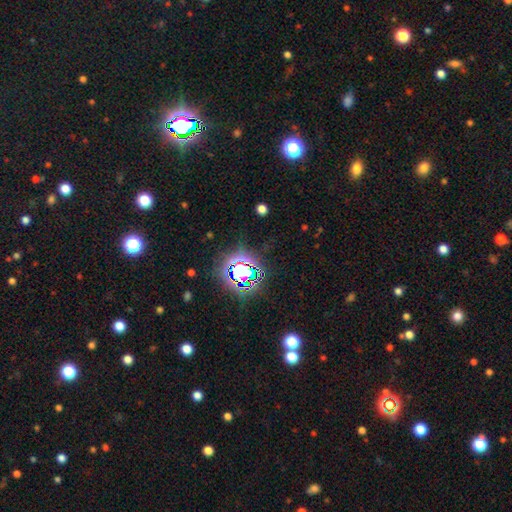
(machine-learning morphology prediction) Smooth or featured? star or artifact (79%)